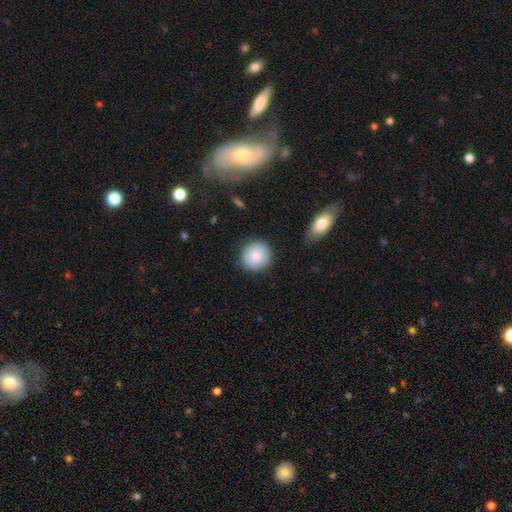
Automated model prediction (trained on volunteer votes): Overall: smooth (84%). How rounded: round (93%). Merging: none (87%).